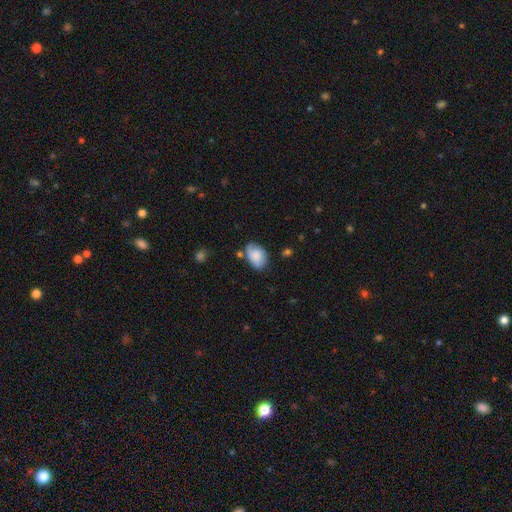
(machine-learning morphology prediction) Smooth or featured? Predicted: smooth (p=0.75). How rounded? Predicted: in between (p=0.86). Merging? Predicted: none (p=0.57).